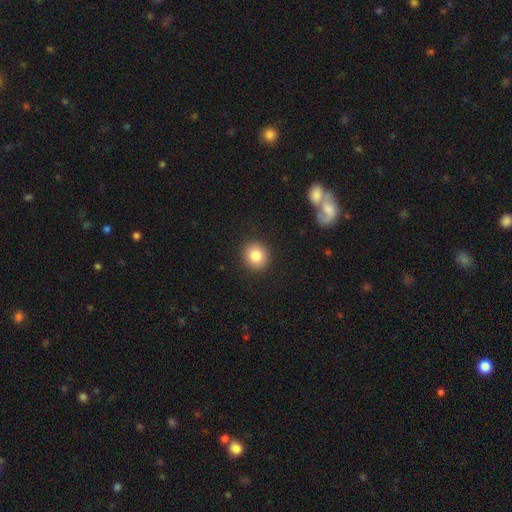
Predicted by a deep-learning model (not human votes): Overall: smooth (84%). How rounded: round (86%). Merging: none (91%).